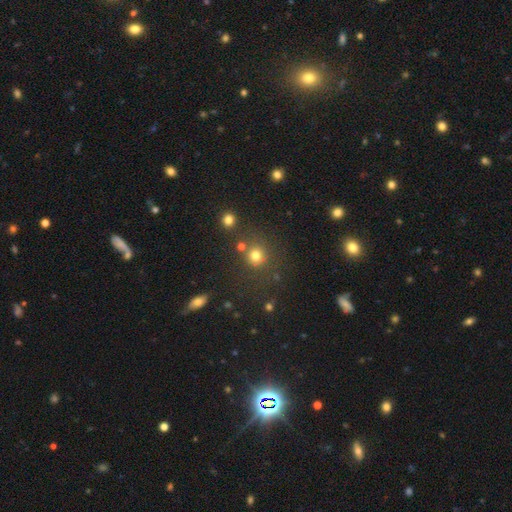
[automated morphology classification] Smooth or featured?
  - smooth: 75% *
  - star or artifact: 18%
  - featured or disk: 7%
How rounded?
  - round: 89% *
  - in between: 10%
  - cigar-shaped: 1%
Merging?
  - none: 73% *
  - merger: 11%
  - minor disturbance: 10%
  - major disturbance: 6%